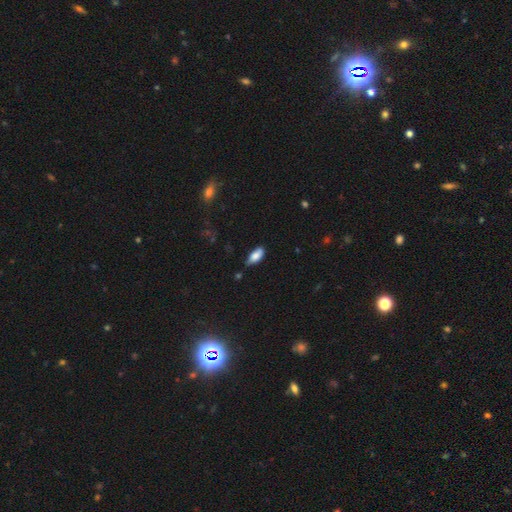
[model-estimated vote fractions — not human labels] Smooth or featured: smooth — 78% (featured or disk — 15%)
How rounded: in between — 85% (cigar-shaped — 12%)
Merging: none — 57% (minor disturbance — 33%)